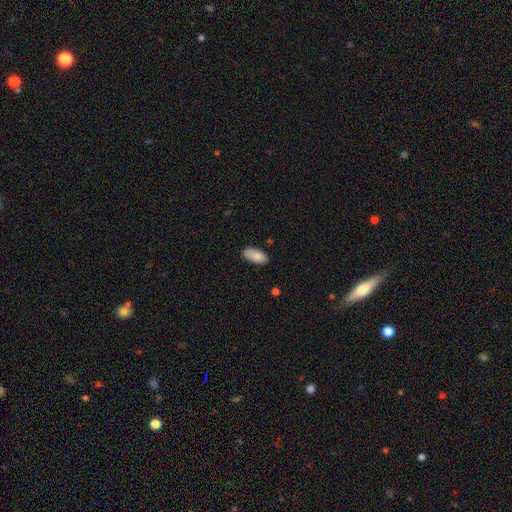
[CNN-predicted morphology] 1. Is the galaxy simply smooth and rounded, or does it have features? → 88% smooth, 6% star or artifact, 6% featured or disk.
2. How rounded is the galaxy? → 91% in between, 7% cigar-shaped, 2% round.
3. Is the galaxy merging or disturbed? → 83% none, 13% minor disturbance, 2% major disturbance, 1% merger.